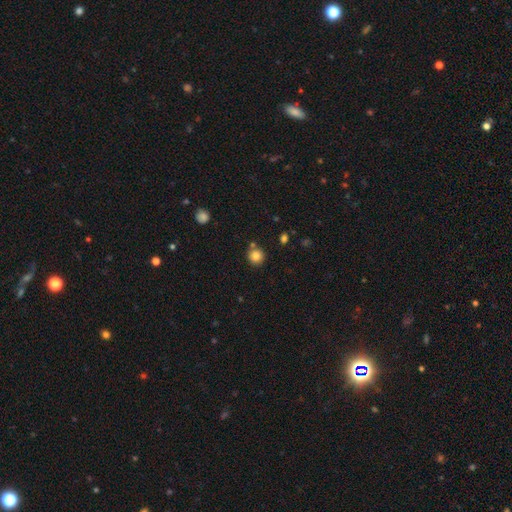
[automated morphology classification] type=smooth (83%); roundness=round (92%); merging=none (78%).